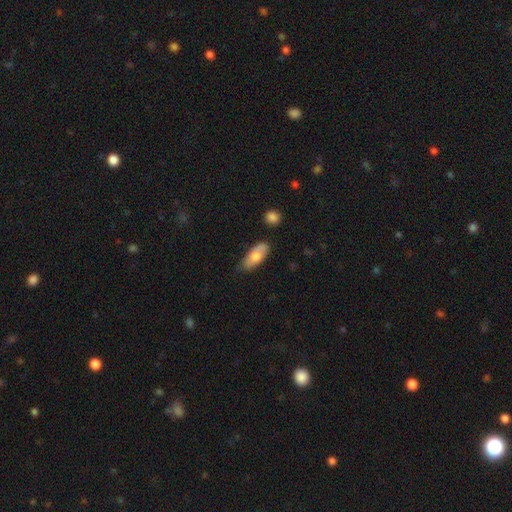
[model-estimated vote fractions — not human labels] A smooth galaxy with no disk features (74%) that is in between round and cigar-shaped (84%).

Vote fractions:
- Smooth or featured? smooth: 74% / featured or disk: 20% / star or artifact: 6%
- How rounded? in between: 84% / cigar-shaped: 14% / round: 2%
- Merging? none: 68% / minor disturbance: 24% / major disturbance: 4% / merger: 3%